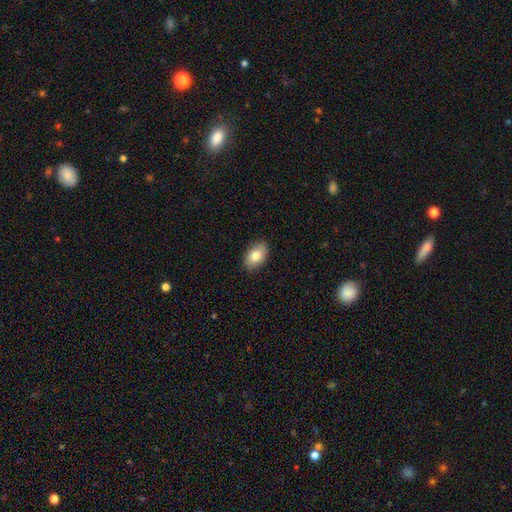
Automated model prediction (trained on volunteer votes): This appears to be a smooth galaxy with no disk features (81%) that is in between round and cigar-shaped (91%). Merging: none (89%).